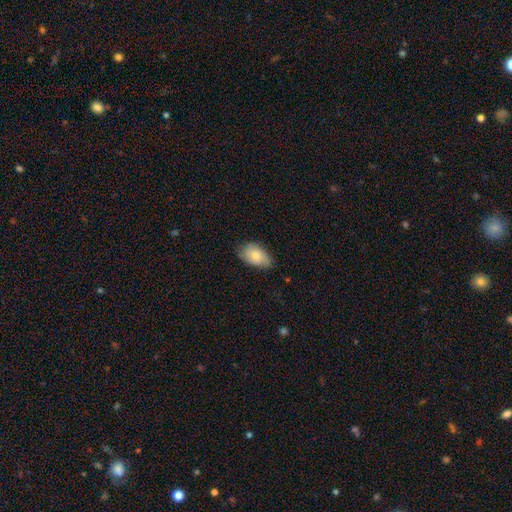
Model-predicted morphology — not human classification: The model was most divided on "merging": none: 67%, minor disturbance: 27%, major disturbance: 4%, merger: 1%. More confident: how rounded — in between (90%); smooth or featured — smooth (75%).